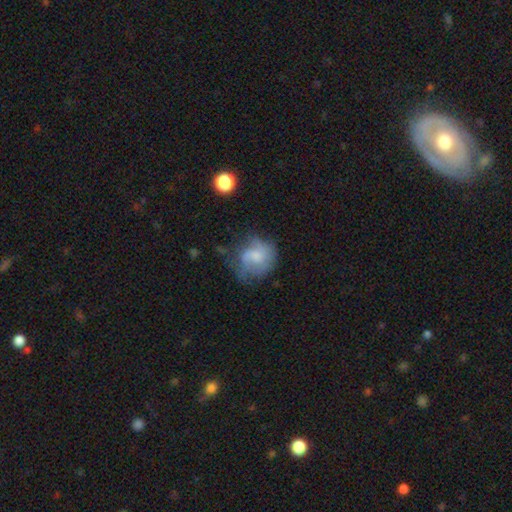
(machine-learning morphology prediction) Q: Smooth or featured?
A: featured or disk (50%); runner-up: smooth (41%)
Q: Merging?
A: none (46%); runner-up: minor disturbance (28%)